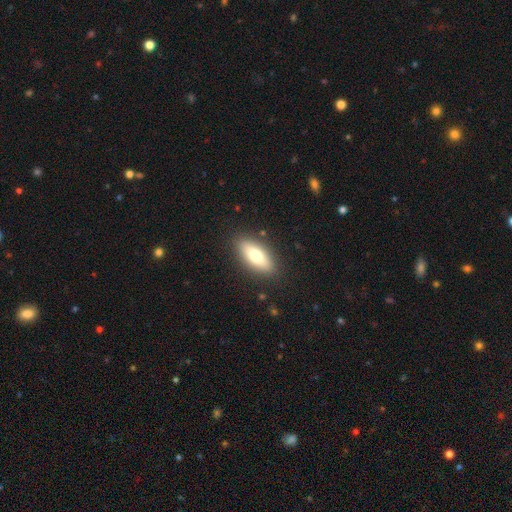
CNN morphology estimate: The model was most divided on "smooth or featured": smooth: 71%, featured or disk: 22%, star or artifact: 7%. More confident: merging — none (86%); how rounded — in between (76%).